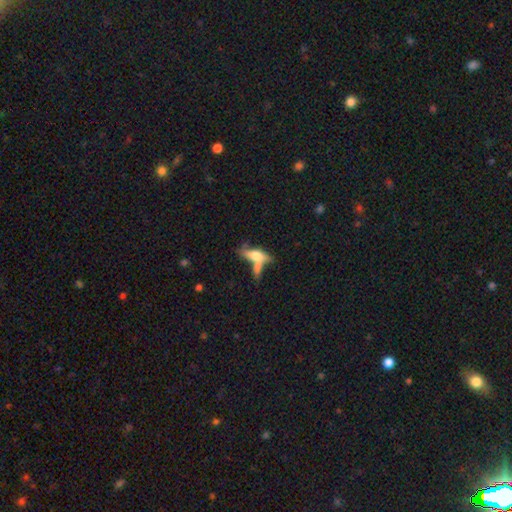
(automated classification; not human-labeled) Q: Smooth or featured?
A: smooth (51%); runner-up: featured or disk (39%)
Q: How rounded?
A: in between (52%); runner-up: cigar-shaped (44%)
Q: Merging?
A: merger (41%); runner-up: none (31%)